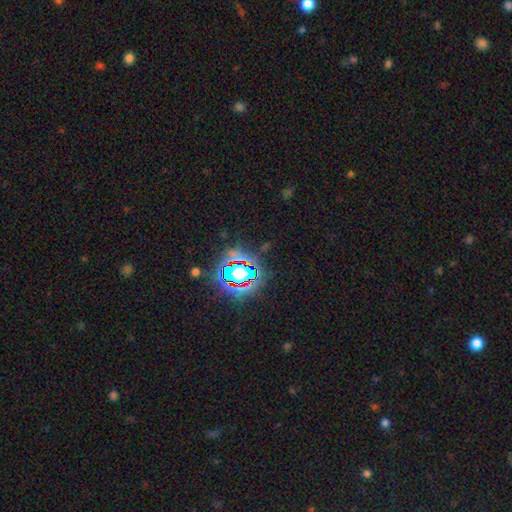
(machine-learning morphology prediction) Smooth or featured?
  - star or artifact: 78% *
  - smooth: 13%
  - featured or disk: 9%